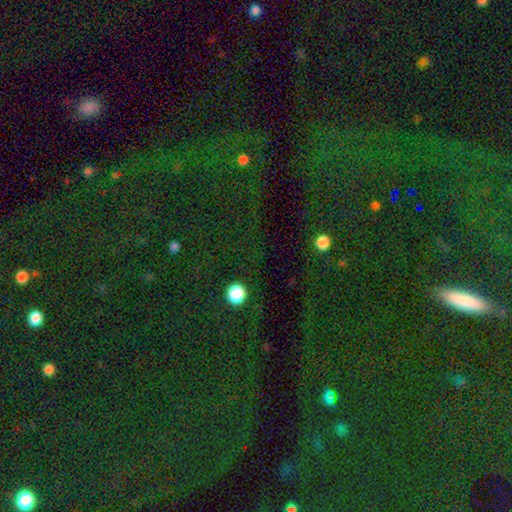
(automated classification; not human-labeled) Smooth or featured? Predicted: star or artifact (p=0.72).